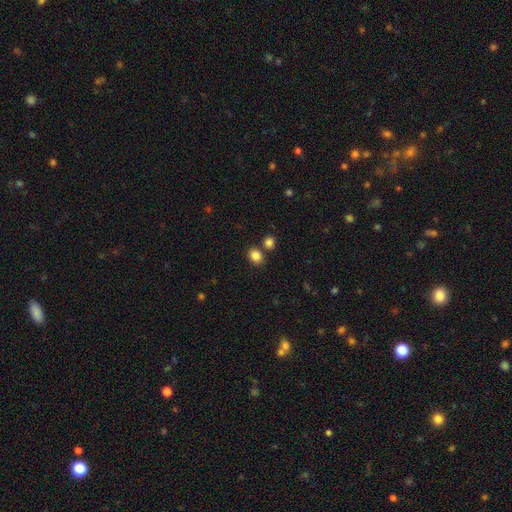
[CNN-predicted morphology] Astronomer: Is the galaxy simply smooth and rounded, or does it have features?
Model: smooth — 85%.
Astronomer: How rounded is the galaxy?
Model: round — 55% (runner-up: in between, 44%).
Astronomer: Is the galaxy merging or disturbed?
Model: none — 72%.